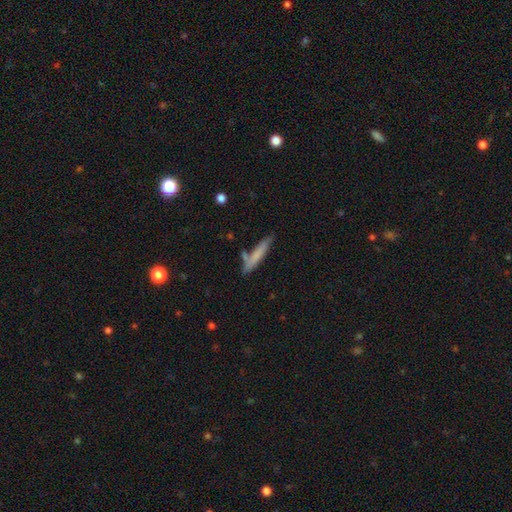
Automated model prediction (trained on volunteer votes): Morphology: type=smooth (69%); roundness=cigar-shaped (90%); merging=none (70%).